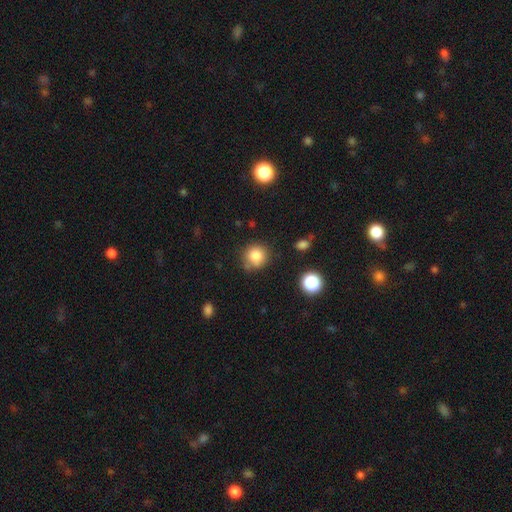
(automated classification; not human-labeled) Smooth or featured: smooth — 84% (star or artifact — 11%)
How rounded: round — 89% (in between — 10%)
Merging: none — 75% (minor disturbance — 16%)